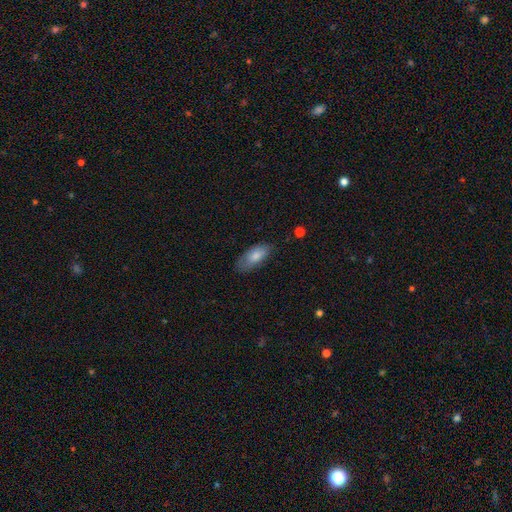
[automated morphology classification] type=smooth (80%); roundness=in between (86%); merging=none (71%).